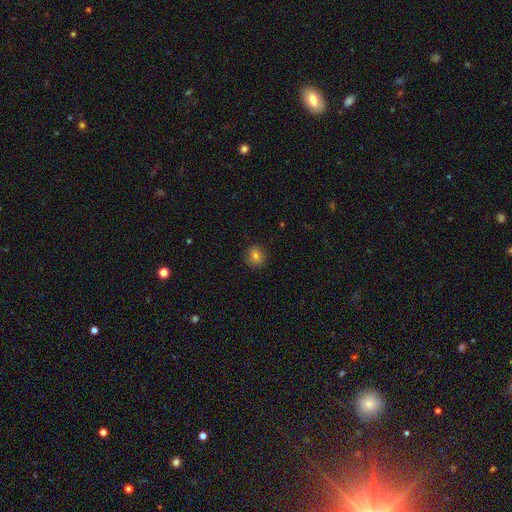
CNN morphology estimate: type=smooth (77%); roundness=round (83%); merging=none (87%).